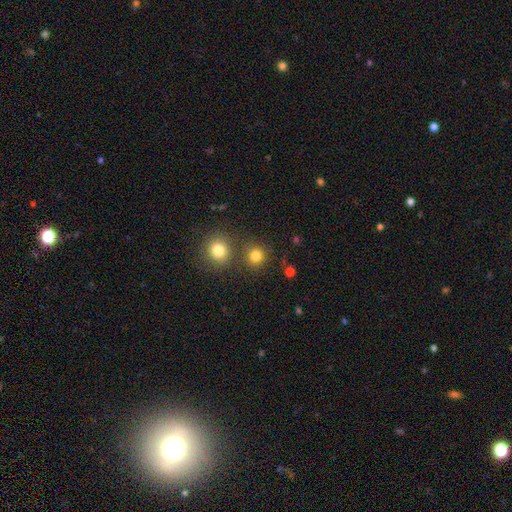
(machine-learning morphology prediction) smooth_or_featured: smooth (p=0.80) [alt: star or artifact p=0.14]
how_rounded: round (p=0.90) [alt: in between p=0.09]
merging: none (p=0.75) [alt: merger p=0.15]